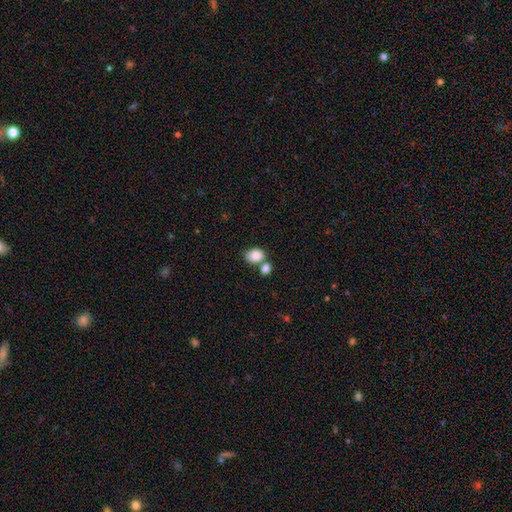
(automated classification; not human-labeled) Smooth or featured: smooth — 85% (star or artifact — 8%)
How rounded: in between — 60% (round — 39%)
Merging: none — 46% (merger — 38%)